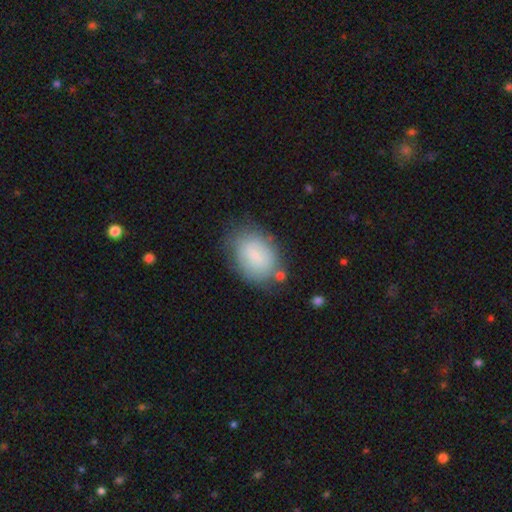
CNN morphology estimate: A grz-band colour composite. It shows a smooth galaxy with no disk features (74%) that is in between round and cigar-shaped (77%). Merging: none (68%).